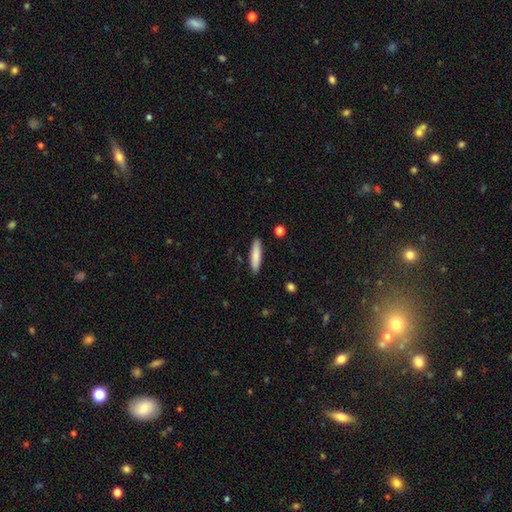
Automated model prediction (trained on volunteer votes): Morphology: type=smooth (83%); roundness=cigar-shaped (79%); merging=none (89%).